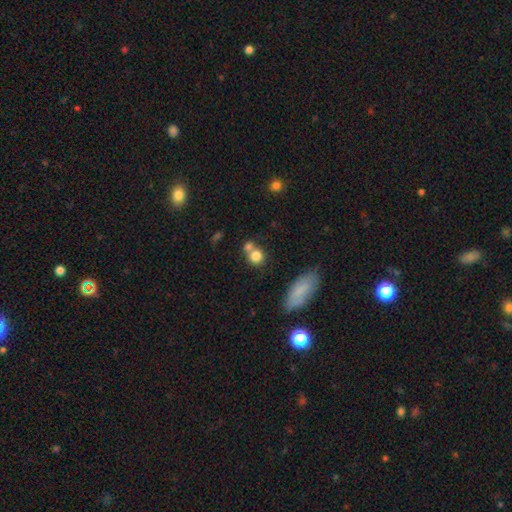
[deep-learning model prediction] smooth-or-featured: smooth: 80% | star or artifact: 10% | featured or disk: 10%
  how-rounded: round: 81% | in between: 17% | cigar-shaped: 2%
  merging: none: 47% | merger: 40% | minor disturbance: 9% | major disturbance: 4%